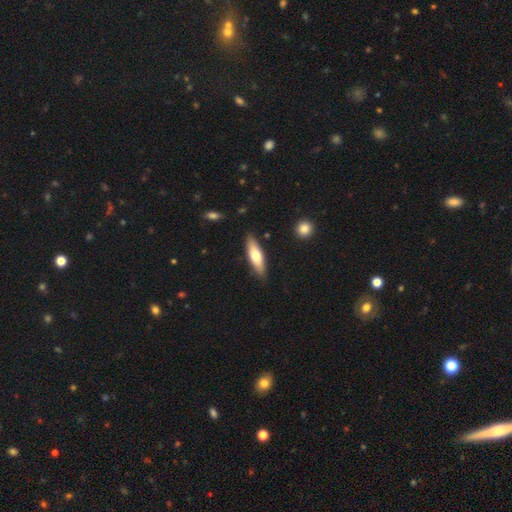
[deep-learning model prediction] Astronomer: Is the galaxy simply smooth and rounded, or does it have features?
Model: smooth — 61%.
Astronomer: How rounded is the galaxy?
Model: cigar-shaped — 57% (runner-up: in between, 41%).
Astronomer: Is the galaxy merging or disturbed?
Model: none — 86%.